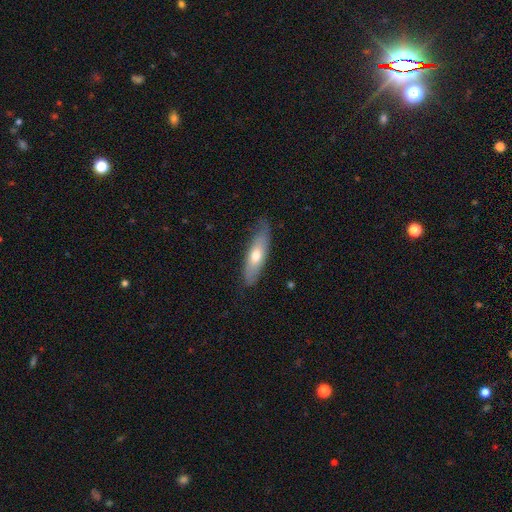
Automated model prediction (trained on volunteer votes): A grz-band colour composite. It shows a smooth galaxy with no disk features (61%) that is cigar-shaped (54%). Merging: none (73%).